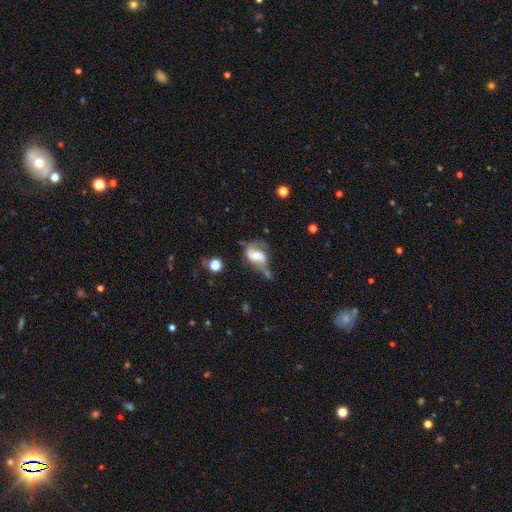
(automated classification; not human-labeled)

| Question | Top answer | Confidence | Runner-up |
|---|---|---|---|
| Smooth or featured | featured or disk | 60% | smooth (31%) |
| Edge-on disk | no | 96% | yes (4%) |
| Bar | no | 43% | weak (39%) |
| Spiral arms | yes | 77% | no (23%) |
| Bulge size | moderate | 48% | small (29%) |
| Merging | major disturbance | 32% | none (26%) |